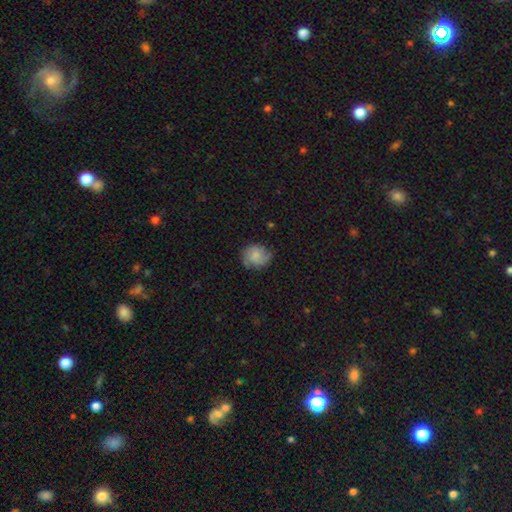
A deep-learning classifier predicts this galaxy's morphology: smooth_or_featured: smooth (p=0.54) [alt: featured or disk p=0.37]
how_rounded: round (p=0.72) [alt: in between p=0.27]
merging: none (p=0.70) [alt: minor disturbance p=0.22]